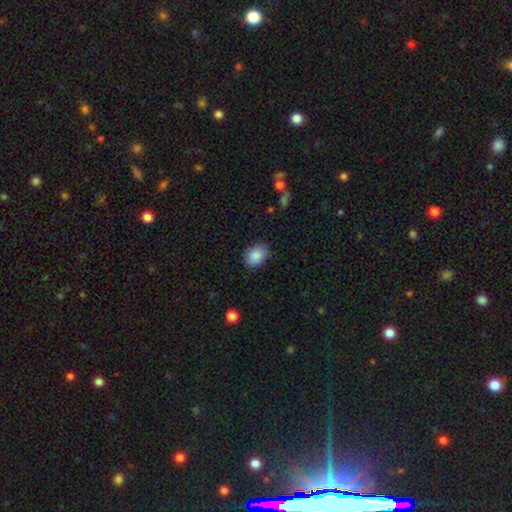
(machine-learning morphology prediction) smooth_or_featured: smooth (p=0.87) [alt: star or artifact p=0.08]
how_rounded: in between (p=0.63) [alt: round p=0.36]
merging: none (p=0.83) [alt: minor disturbance p=0.13]